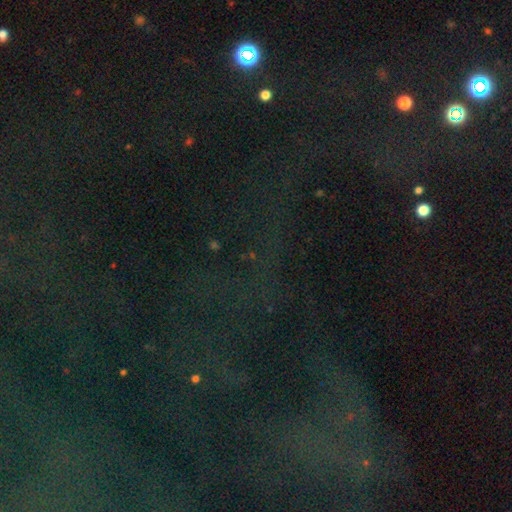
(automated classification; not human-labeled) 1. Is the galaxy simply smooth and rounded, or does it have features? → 77% star or artifact, 12% smooth, 11% featured or disk.